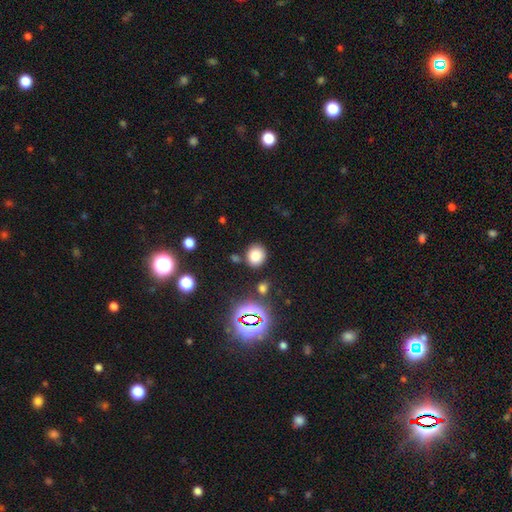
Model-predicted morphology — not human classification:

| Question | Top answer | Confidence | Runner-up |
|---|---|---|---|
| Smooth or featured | smooth | 77% | star or artifact (16%) |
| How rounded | round | 78% | in between (21%) |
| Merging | none | 81% | minor disturbance (10%) |